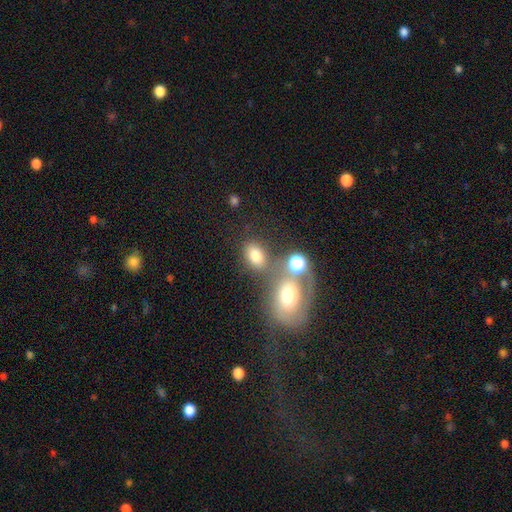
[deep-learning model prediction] Smooth or featured?
  - smooth: 75% *
  - star or artifact: 13%
  - featured or disk: 12%
How rounded?
  - in between: 68% *
  - round: 30%
  - cigar-shaped: 2%
Merging?
  - none: 53% *
  - merger: 25%
  - minor disturbance: 14%
  - major disturbance: 8%